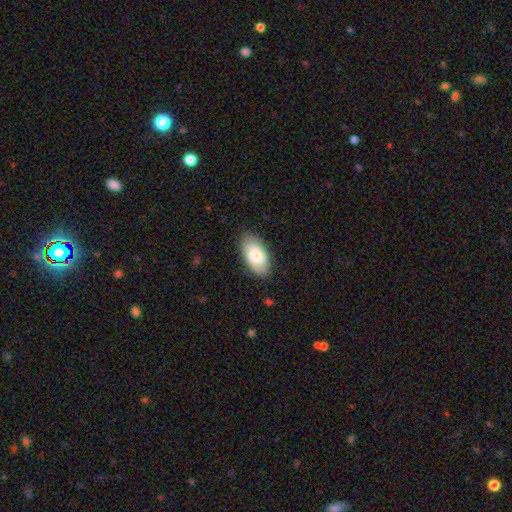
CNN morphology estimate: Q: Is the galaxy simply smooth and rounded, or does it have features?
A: smooth — 74%.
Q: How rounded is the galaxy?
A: in between — 95%.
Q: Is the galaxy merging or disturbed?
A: none — 82%.